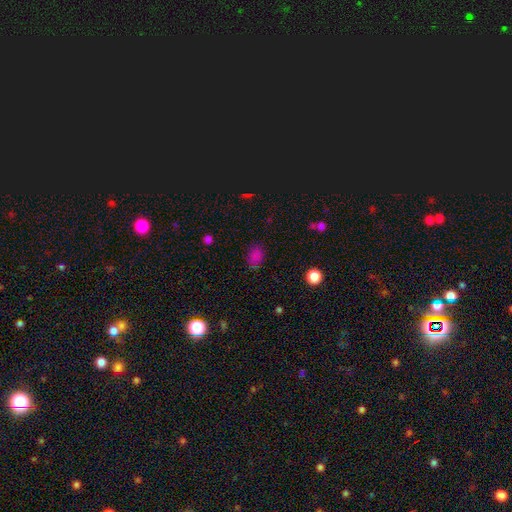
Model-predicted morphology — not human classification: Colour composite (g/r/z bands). It shows a smooth galaxy with no disk features (78%) that is in between round and cigar-shaped (80%). Merging: none (74%).